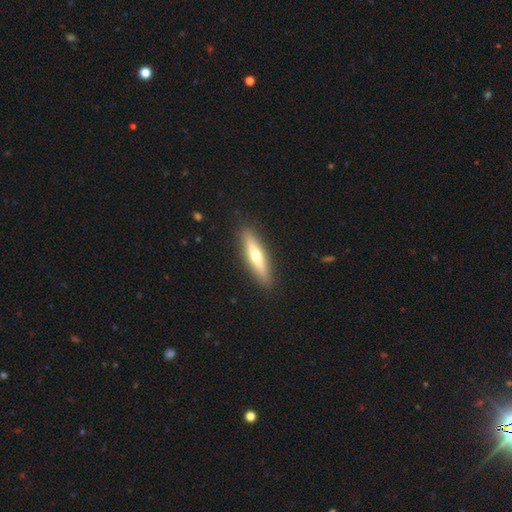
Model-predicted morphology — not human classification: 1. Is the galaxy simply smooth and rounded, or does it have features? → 51% smooth, 43% featured or disk, 6% star or artifact.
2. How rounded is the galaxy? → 81% cigar-shaped, 18% in between, 2% round.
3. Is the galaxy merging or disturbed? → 90% none, 7% minor disturbance, 2% major disturbance, 1% merger.